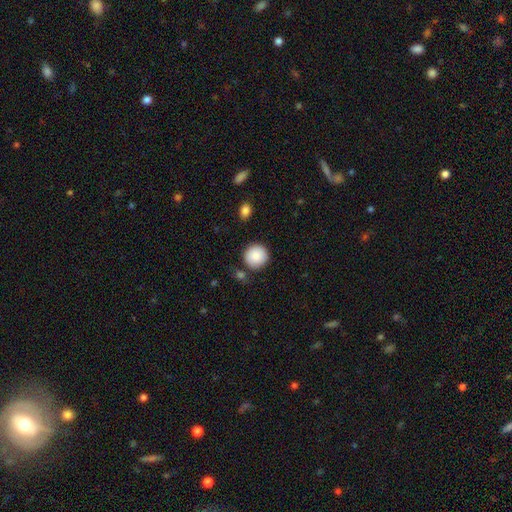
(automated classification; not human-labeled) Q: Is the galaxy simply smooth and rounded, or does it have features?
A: smooth — 88%.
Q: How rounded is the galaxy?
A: round — 94%.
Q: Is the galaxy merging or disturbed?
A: none — 83%.